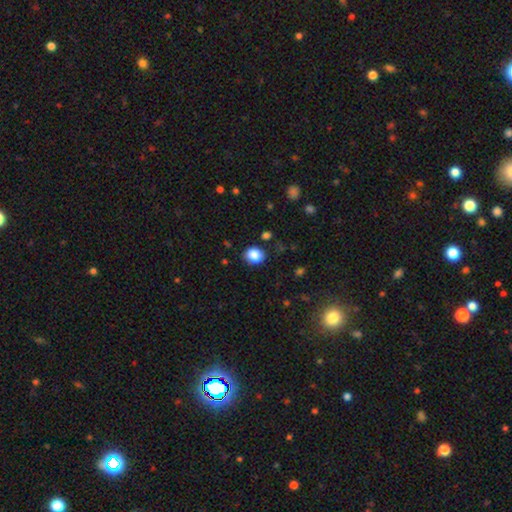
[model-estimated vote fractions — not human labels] Smooth or featured? Predicted: smooth (p=0.86). How rounded? Predicted: round (p=0.61). Merging? Predicted: none (p=0.85).